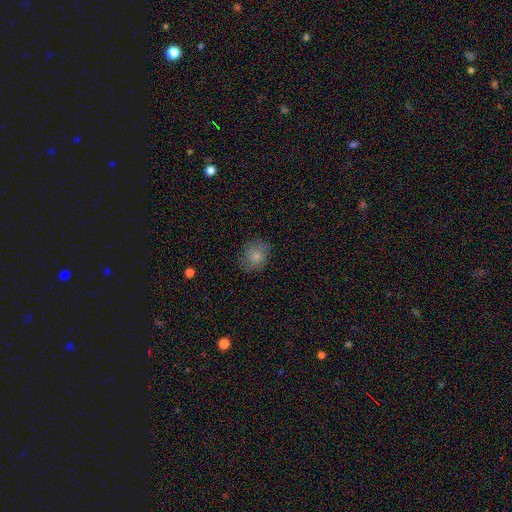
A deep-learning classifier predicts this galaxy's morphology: A smooth galaxy with no disk features (79%) that is round (63%).

Vote fractions:
- Smooth or featured? smooth: 79% / featured or disk: 12% / star or artifact: 9%
- How rounded? round: 63% / in between: 36% / cigar-shaped: 1%
- Merging? none: 73% / minor disturbance: 20% / major disturbance: 6% / merger: 1%